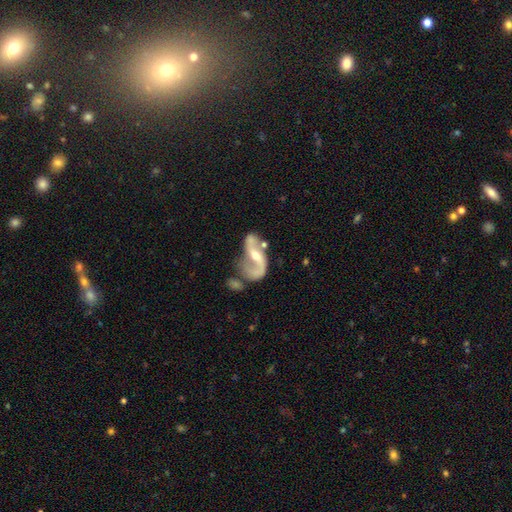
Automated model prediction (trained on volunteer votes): Smooth or featured?
  - featured or disk: 86% *
  - smooth: 8%
  - star or artifact: 6%
Edge-on disk?
  - no: 96% *
  - yes: 4%
Bar?
  - weak: 37% *
  - strong: 32%
  - no: 31%
Spiral arms?
  - yes: 92% *
  - no: 8%
Spiral winding?
  - loose: 65% *
  - medium: 27%
  - tight: 8%
Spiral arm count?
  - 2: 86% *
  - 1: 7%
  - can't tell: 4%
  - 3: 1%
  - 4: 1%
  - more than 4: 1%
Bulge size?
  - moderate: 53% *
  - small: 41%
  - none: 3%
  - large: 3%
  - dominant: 1%
Merging?
  - none: 41% *
  - minor disturbance: 20%
  - merger: 20%
  - major disturbance: 19%